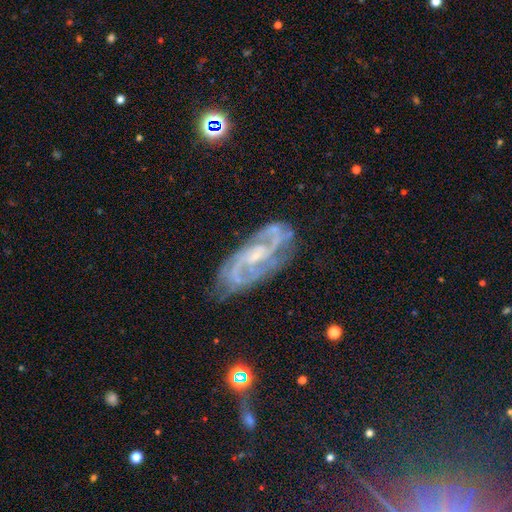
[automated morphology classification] smooth_or_featured: featured or disk (p=0.86) [alt: star or artifact p=0.07]
disk_edge_on: no (p=0.93) [alt: yes p=0.07]
bar: no (p=0.48) [alt: weak p=0.40]
has_spiral_arms: yes (p=0.96) [alt: no p=0.04]
spiral_winding: medium (p=0.46) [alt: tight p=0.41]
spiral_arm_count: 2 (p=0.48) [alt: 3 p=0.19]
bulge_size: small (p=0.67) [alt: moderate p=0.24]
merging: none (p=0.71) [alt: minor disturbance p=0.19]